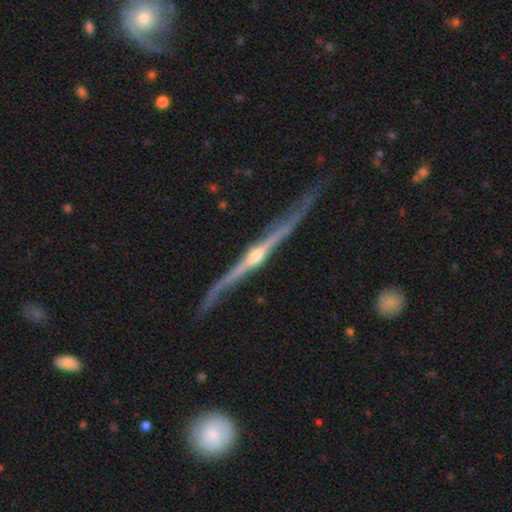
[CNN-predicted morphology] This is clearly a featured or disk galaxy (89%). It is clearly viewed edge-on (95%). Edge-on bulge: clearly rounded (87%). Merging: likely none (65%).